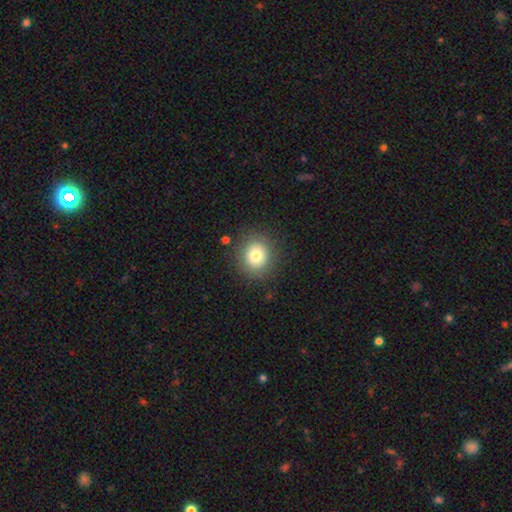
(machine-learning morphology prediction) Smooth or featured: smooth — 78% (star or artifact — 12%)
How rounded: round — 83% (in between — 16%)
Merging: none — 87% (minor disturbance — 8%)